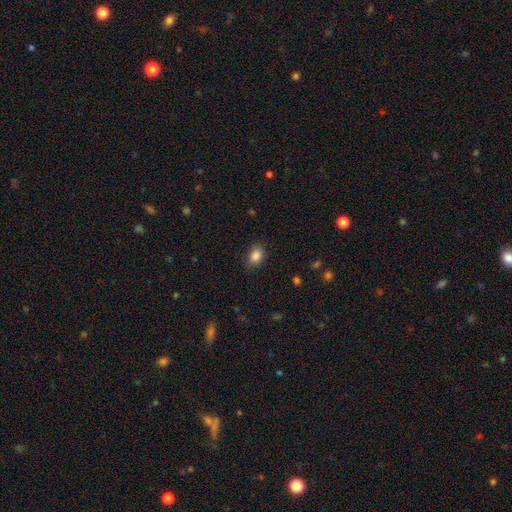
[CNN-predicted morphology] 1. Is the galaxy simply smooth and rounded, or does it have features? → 87% smooth, 9% star or artifact, 4% featured or disk.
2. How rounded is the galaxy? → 72% in between, 27% round, 1% cigar-shaped.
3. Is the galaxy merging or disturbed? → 84% none, 12% minor disturbance, 3% major disturbance, 1% merger.